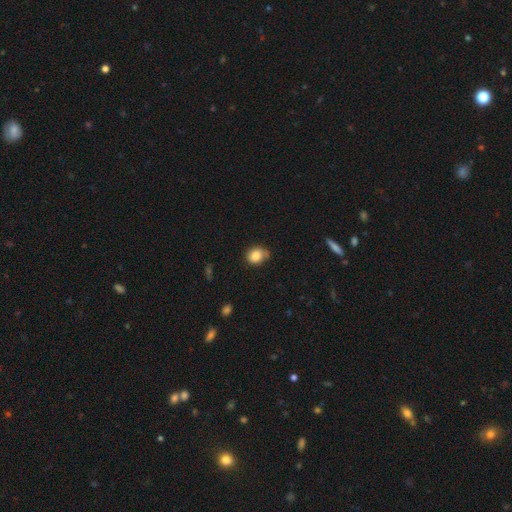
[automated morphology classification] This appears to be a smooth galaxy with no disk features (84%) that is round (62%). Merging: none (62%).